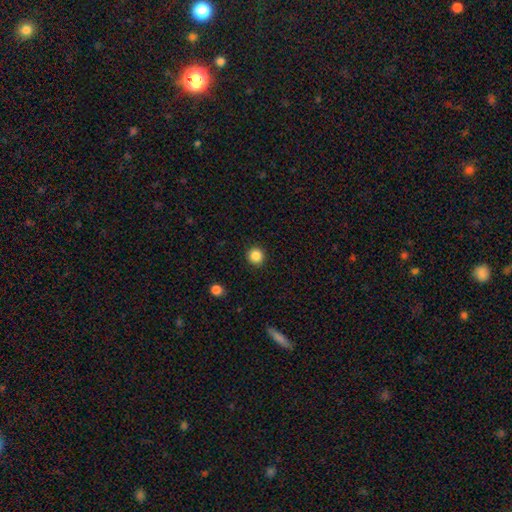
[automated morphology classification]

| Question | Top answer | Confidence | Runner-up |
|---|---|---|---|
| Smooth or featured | smooth | 86% | star or artifact (11%) |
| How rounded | round | 94% | in between (5%) |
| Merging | none | 92% | minor disturbance (5%) |